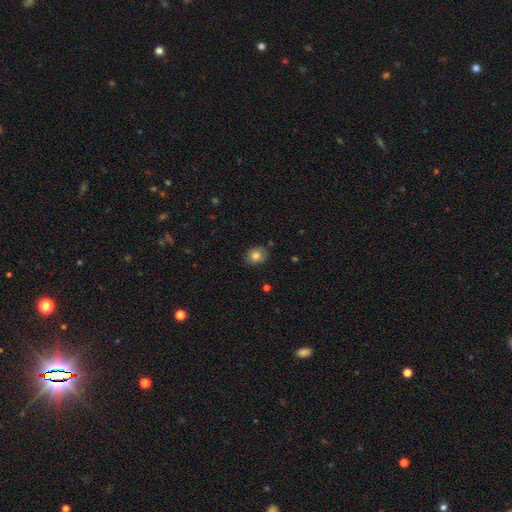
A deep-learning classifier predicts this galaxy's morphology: This appears to be a smooth galaxy with no disk features (79%) that is round (60%). Merging: none (79%).